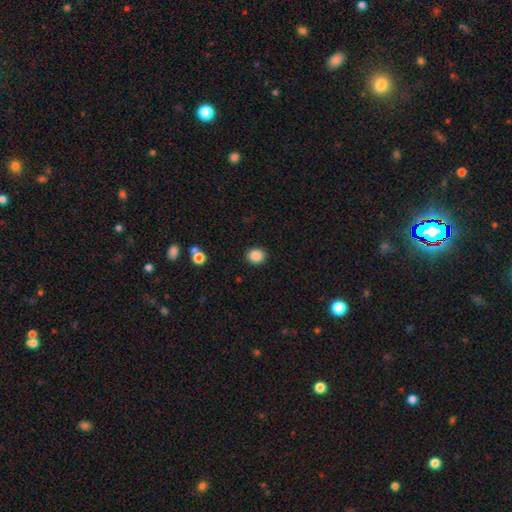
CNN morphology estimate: The model was most divided on "how rounded": round: 78%, in between: 21%, cigar-shaped: 1%. More confident: merging — none (91%); smooth or featured — smooth (87%).